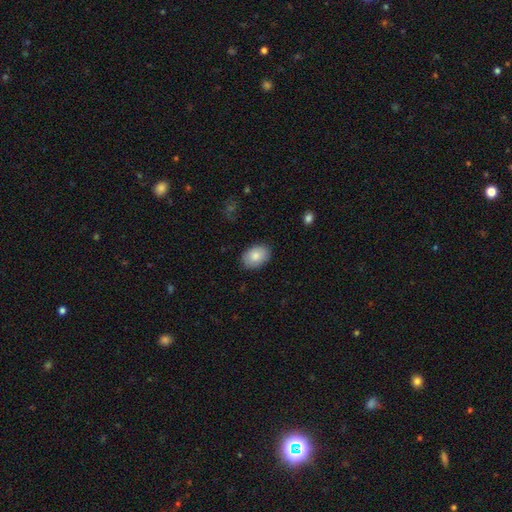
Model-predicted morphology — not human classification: smooth 84%, featured or disk 10%, star or artifact 6%. Down the decision tree: how rounded — in between (84%); merging — none (86%).